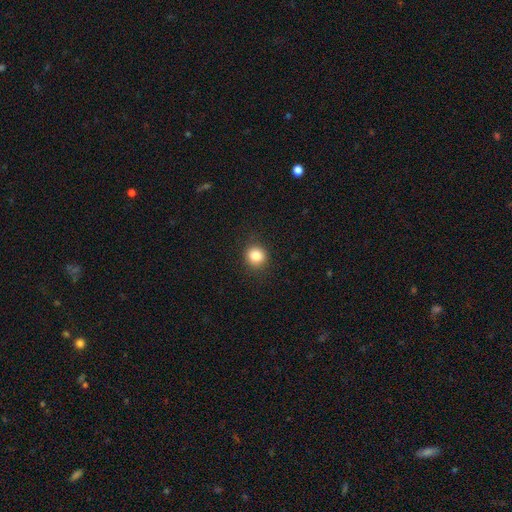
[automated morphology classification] smooth-or-featured: smooth: 85% | star or artifact: 10% | featured or disk: 5%
  how-rounded: round: 87% | in between: 13% | cigar-shaped: 1%
  merging: none: 89% | minor disturbance: 8% | major disturbance: 2% | merger: 1%